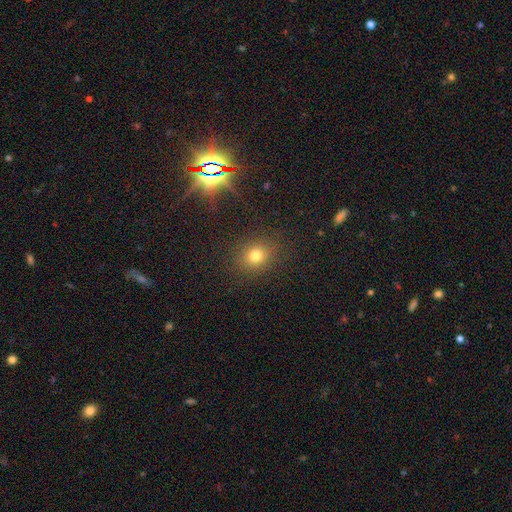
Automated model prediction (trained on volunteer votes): A smooth galaxy with no disk features (73%) that is round (67%). Merging: none (86%).